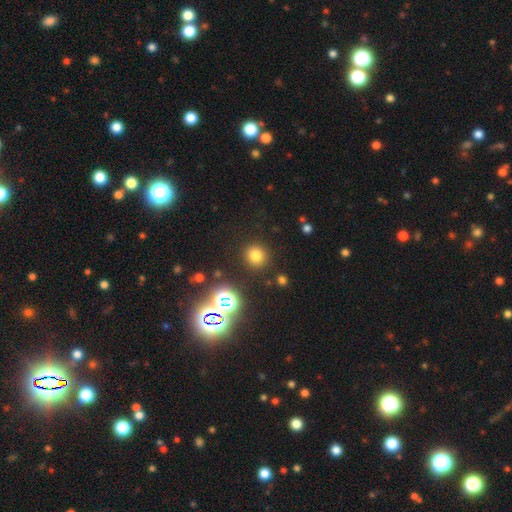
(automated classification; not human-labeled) Smooth or featured? Predicted: smooth (p=0.74). How rounded? Predicted: round (p=0.89). Merging? Predicted: none (p=0.88).